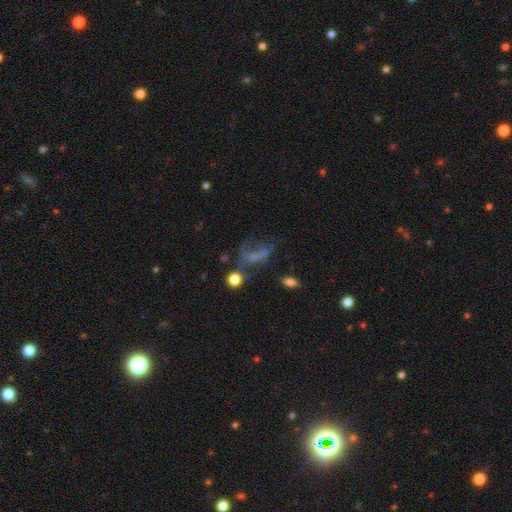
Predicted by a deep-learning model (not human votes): Morphology: type=featured or disk (40%); merging=major disturbance (42%).